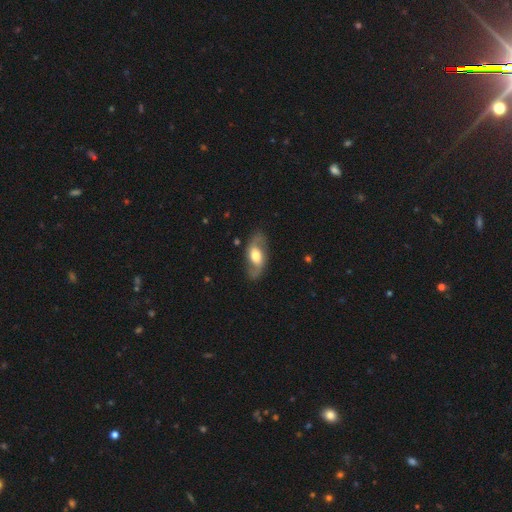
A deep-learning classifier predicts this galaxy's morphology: Q: Smooth or featured?
A: featured or disk (74%); runner-up: smooth (21%)
Q: Edge-on disk?
A: no (93%); runner-up: yes (7%)
Q: Bar?
A: no (46%); runner-up: weak (38%)
Q: Spiral arms?
A: yes (86%); runner-up: no (14%)
Q: Spiral winding?
A: loose (47%); runner-up: medium (40%)
Q: Spiral arm count?
A: 2 (91%); runner-up: can't tell (4%)
Q: Bulge size?
A: moderate (60%); runner-up: large (29%)
Q: Merging?
A: none (81%); runner-up: minor disturbance (12%)